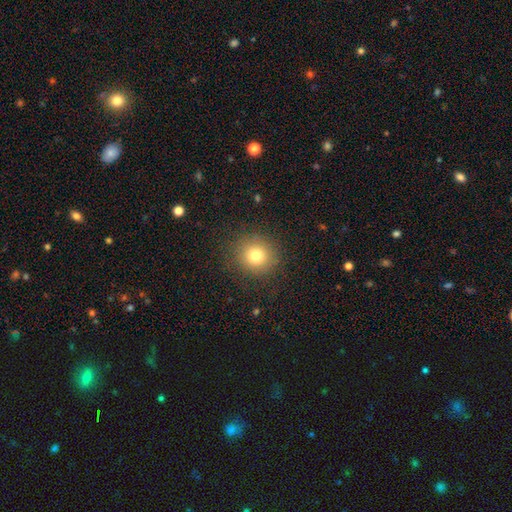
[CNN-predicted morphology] Overall: smooth (77%). How rounded: round (90%). Merging: none (88%).